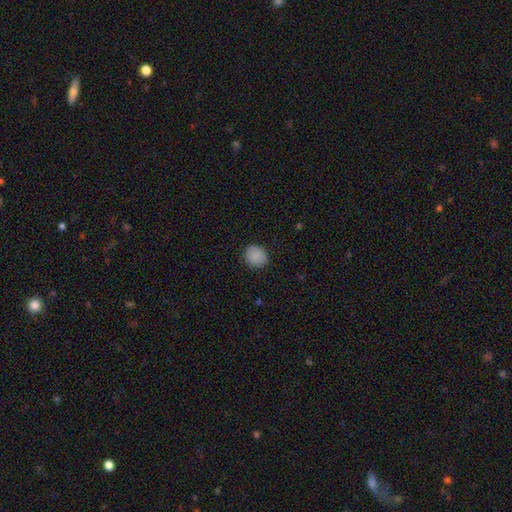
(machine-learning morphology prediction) smooth-or-featured: smooth: 89% | star or artifact: 8% | featured or disk: 4%
  how-rounded: round: 80% | in between: 20% | cigar-shaped: 1%
  merging: none: 89% | minor disturbance: 8% | major disturbance: 2% | merger: 1%